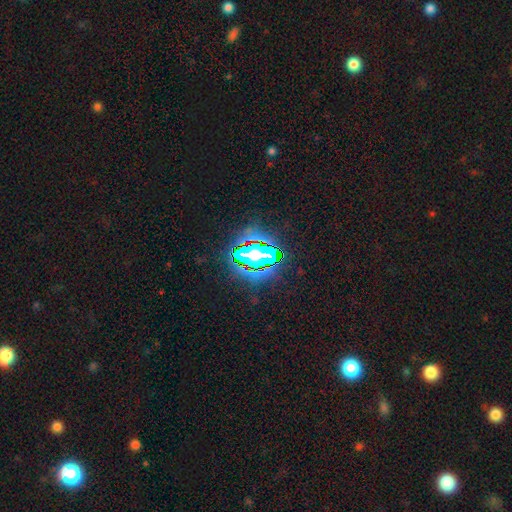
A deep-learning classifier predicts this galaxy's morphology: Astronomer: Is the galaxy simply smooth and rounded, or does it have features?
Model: star or artifact — 81%.